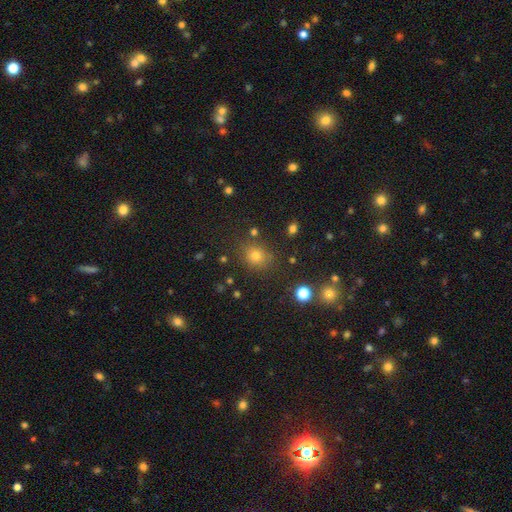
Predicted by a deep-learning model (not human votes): A smooth galaxy with no disk features (71%) that is round (74%). Merging: none (82%).